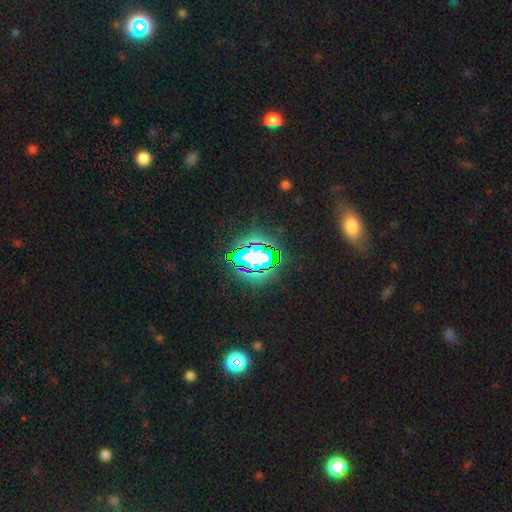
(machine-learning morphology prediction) Smooth or featured?
  - star or artifact: 67% *
  - smooth: 19%
  - featured or disk: 13%